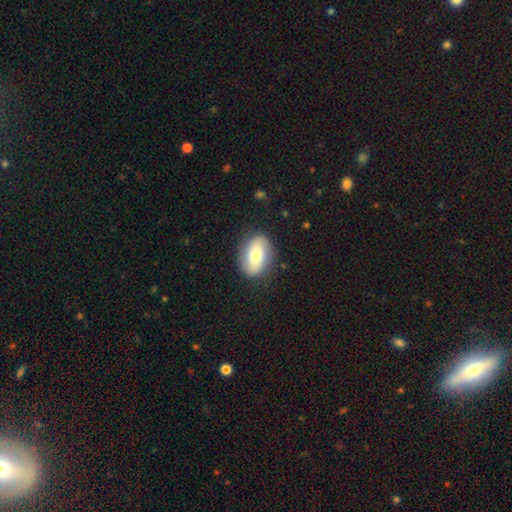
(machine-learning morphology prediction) smooth_or_featured: smooth (p=0.64) [alt: featured or disk p=0.30]
how_rounded: in between (p=0.87) [alt: round p=0.11]
merging: none (p=0.82) [alt: minor disturbance p=0.13]